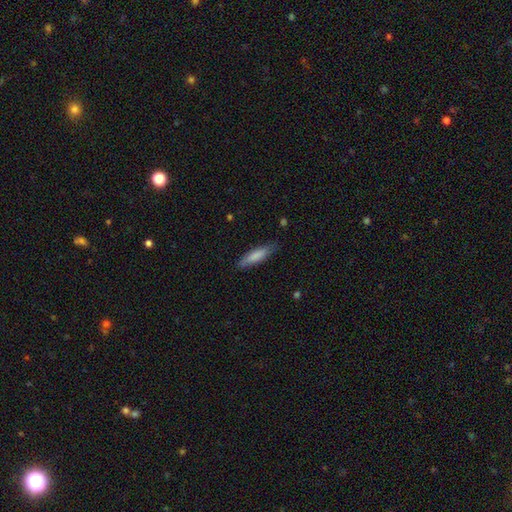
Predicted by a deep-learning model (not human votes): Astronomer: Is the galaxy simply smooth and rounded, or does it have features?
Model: smooth — 80%.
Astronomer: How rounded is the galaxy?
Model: cigar-shaped — 68%.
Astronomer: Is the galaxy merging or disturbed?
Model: none — 80%.